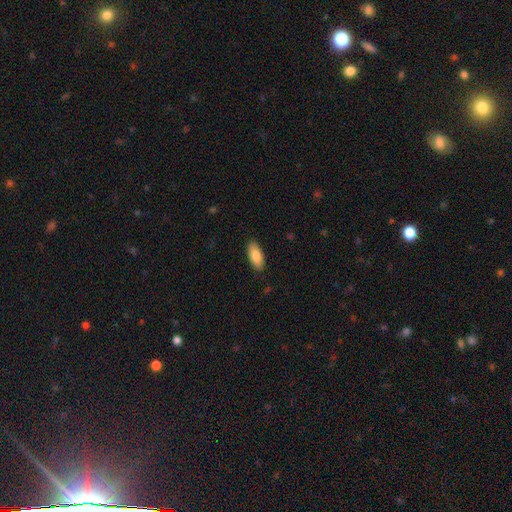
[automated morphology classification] Smooth or featured? Predicted: smooth (p=0.84). How rounded? Predicted: in between (p=0.83). Merging? Predicted: none (p=0.88).